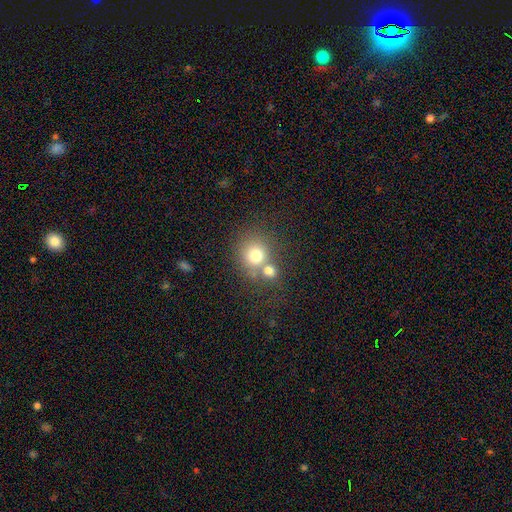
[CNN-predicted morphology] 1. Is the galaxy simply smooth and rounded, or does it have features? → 74% smooth, 13% featured or disk, 13% star or artifact.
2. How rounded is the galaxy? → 86% round, 13% in between, 1% cigar-shaped.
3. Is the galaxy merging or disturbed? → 51% none, 37% merger, 8% minor disturbance, 4% major disturbance.